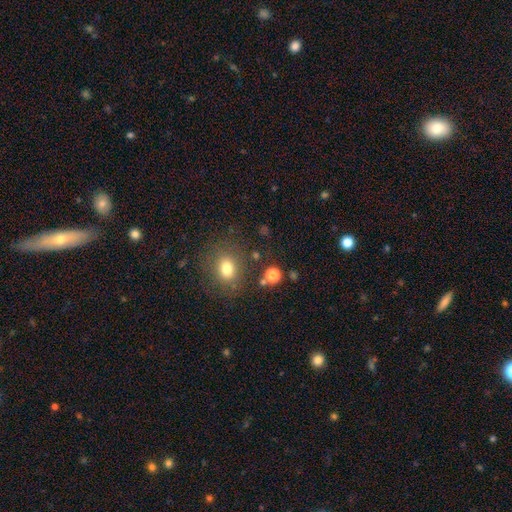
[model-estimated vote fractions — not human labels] smooth_or_featured: smooth (p=0.70) [alt: star or artifact p=0.22]
how_rounded: round (p=0.65) [alt: in between p=0.34]
merging: none (p=0.83) [alt: minor disturbance p=0.10]